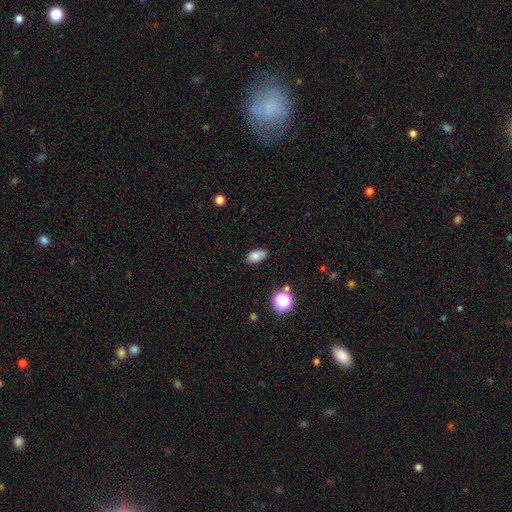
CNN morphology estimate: The model was most divided on "merging": none: 82%, minor disturbance: 13%, major disturbance: 3%, merger: 2%. More confident: how rounded — in between (90%); smooth or featured — smooth (83%).